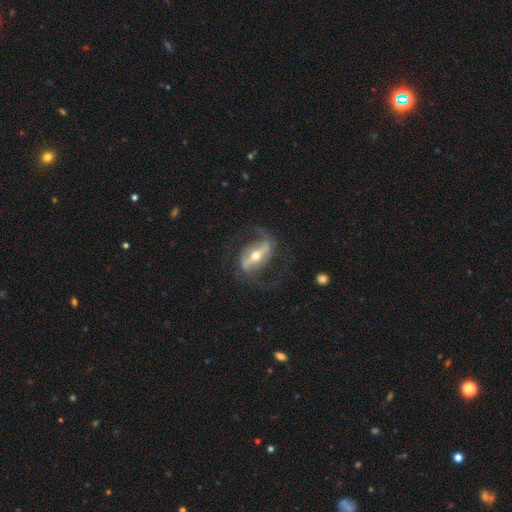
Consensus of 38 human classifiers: Morphology: type=featured or disk (87%); edge-on=no (100%); bar=strong (79%); spiral arms=yes (94%); winding=medium (45%); arm count=2 (94%); bulge=moderate (61%); merging=none (55%).